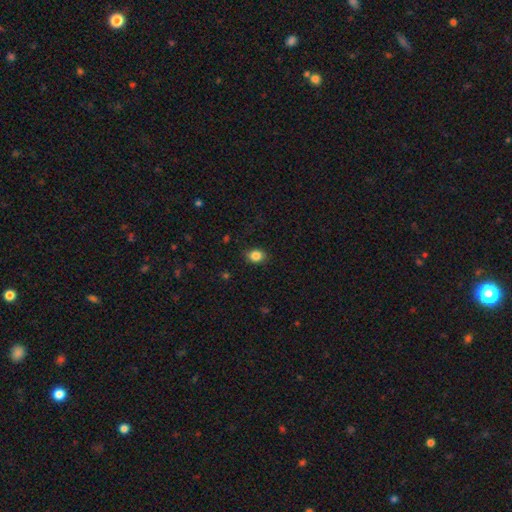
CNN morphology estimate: This is clearly a smooth galaxy (85%). How rounded: possibly round (50%). Merging: clearly none (85%).